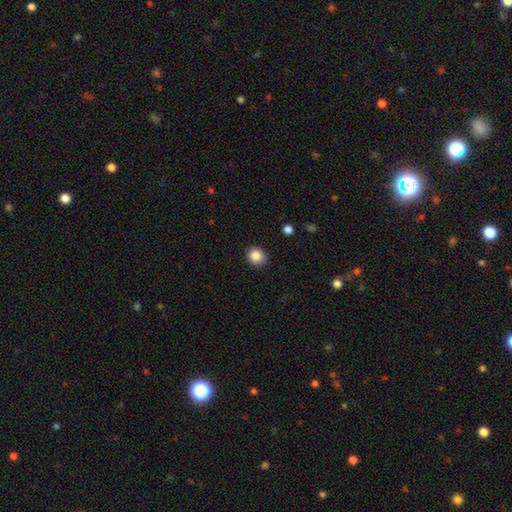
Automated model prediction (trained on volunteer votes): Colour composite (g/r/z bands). It shows a smooth galaxy with no disk features (86%) that is round (76%). Merging: none (87%).